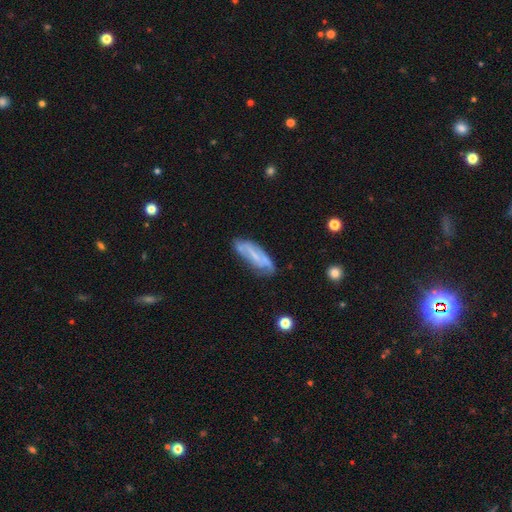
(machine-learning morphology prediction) The model was most divided on "smooth or featured": featured or disk: 57%, smooth: 35%, star or artifact: 8%. More confident: edge-on disk — no (78%); merging — none (60%).